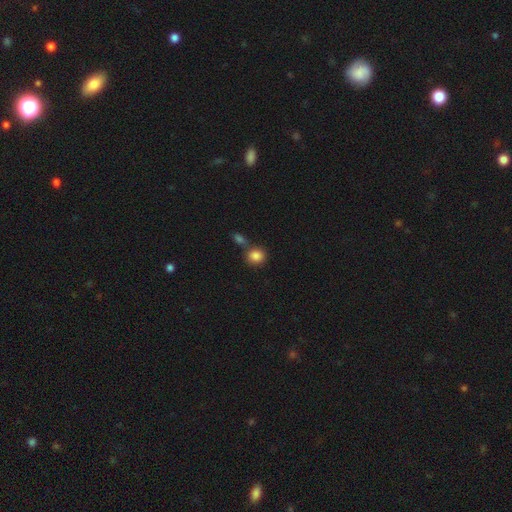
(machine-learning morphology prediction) type=smooth (86%); roundness=round (77%); merging=none (60%).